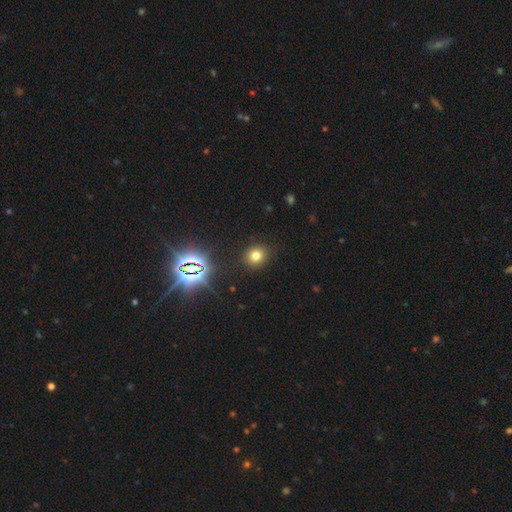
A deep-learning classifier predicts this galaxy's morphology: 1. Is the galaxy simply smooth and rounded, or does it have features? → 72% smooth, 21% star or artifact, 7% featured or disk.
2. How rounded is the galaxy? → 79% round, 20% in between, 1% cigar-shaped.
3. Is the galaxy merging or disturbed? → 88% none, 8% minor disturbance, 3% major disturbance, 2% merger.